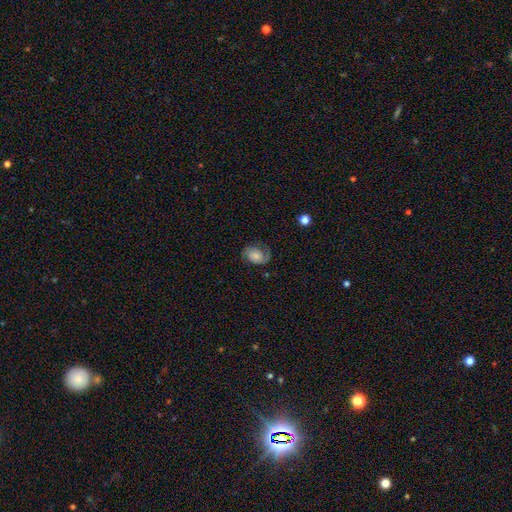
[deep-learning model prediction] Smooth or featured: featured or disk — 69% (smooth — 23%)
Edge-on disk: no — 97% (yes — 3%)
Bar: no — 70% (weak — 25%)
Spiral arms: yes — 94% (no — 6%)
Spiral winding: medium — 44% (tight — 33%)
Spiral arm count: 2 — 73% (1 — 19%)
Bulge size: small — 39% (moderate — 34%)
Merging: none — 66% (minor disturbance — 20%)